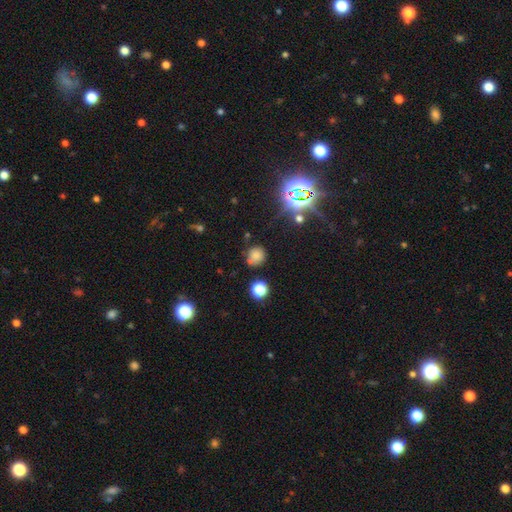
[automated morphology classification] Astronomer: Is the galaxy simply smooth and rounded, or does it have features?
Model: smooth — 70%.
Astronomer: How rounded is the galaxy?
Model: round — 87%.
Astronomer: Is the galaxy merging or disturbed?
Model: none — 69%.